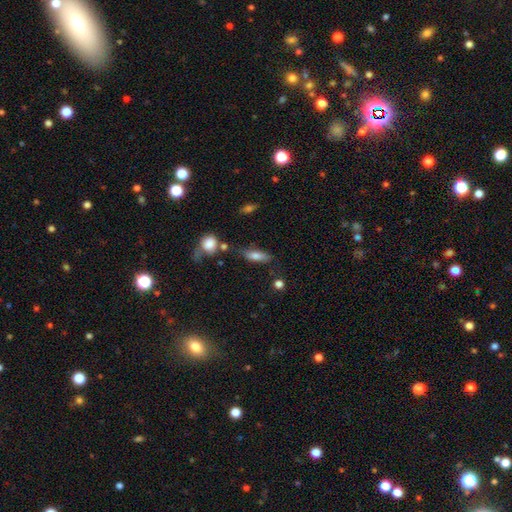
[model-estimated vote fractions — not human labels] Q: Smooth or featured?
A: smooth (72%); runner-up: featured or disk (19%)
Q: How rounded?
A: in between (62%); runner-up: cigar-shaped (34%)
Q: Merging?
A: none (65%); runner-up: minor disturbance (20%)